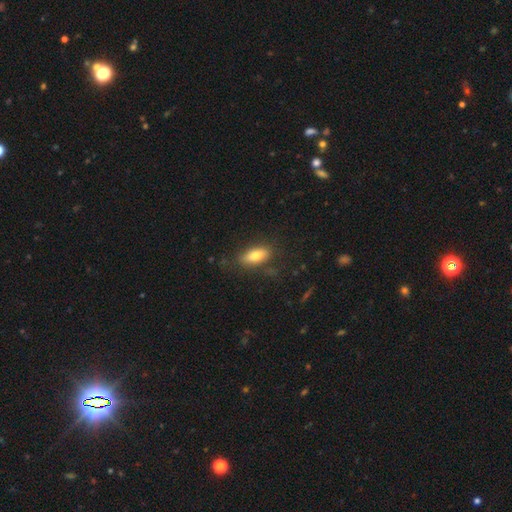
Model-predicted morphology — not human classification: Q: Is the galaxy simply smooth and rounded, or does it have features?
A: smooth — 75%.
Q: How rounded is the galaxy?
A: in between — 78%.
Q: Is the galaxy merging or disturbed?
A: none — 76%.